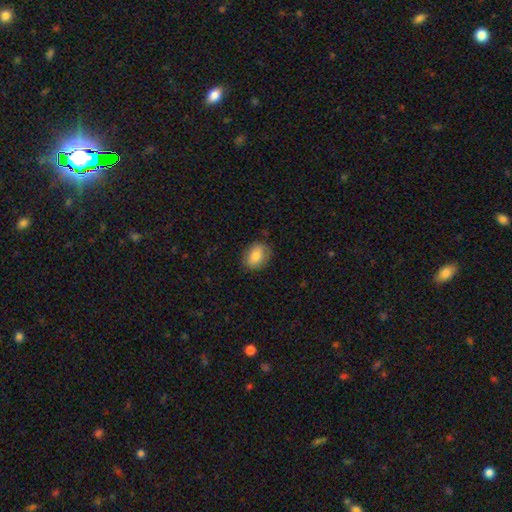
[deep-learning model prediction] This is clearly a smooth galaxy (82%). How rounded: likely in between (72%). Merging: clearly none (83%).